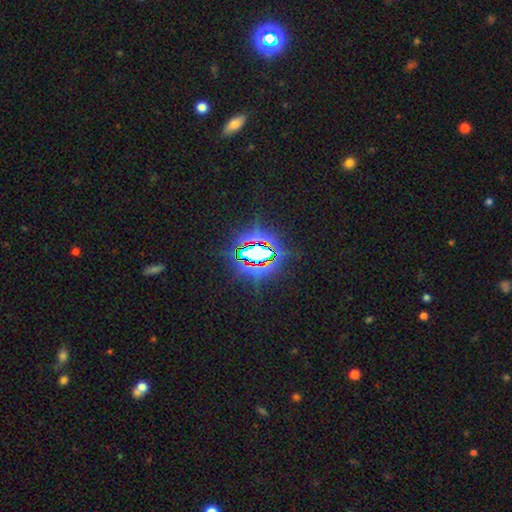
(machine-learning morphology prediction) Overall: star or artifact (77%).